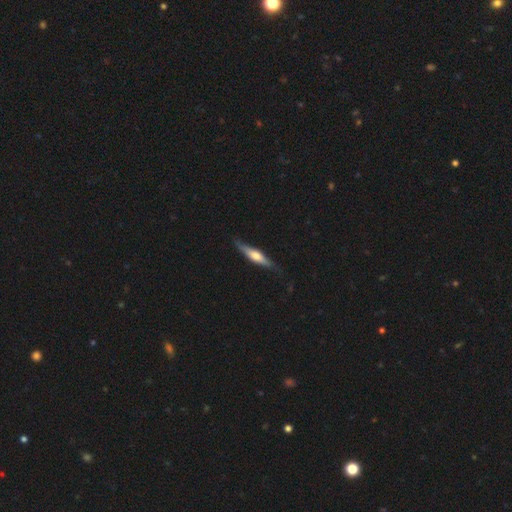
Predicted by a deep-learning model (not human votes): Overall: featured or disk (53%; smooth 42%). Edge-on disk: yes (92%). Merging: none (79%).